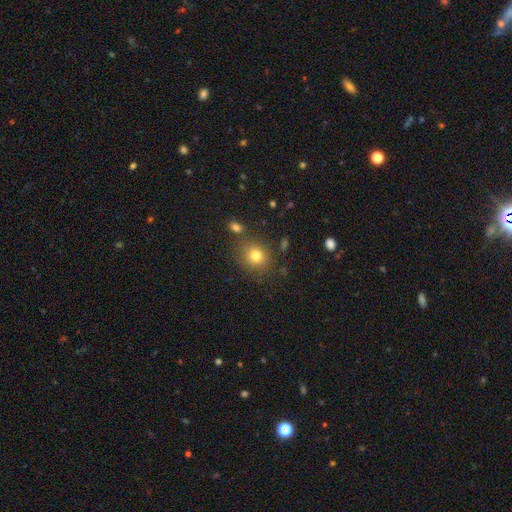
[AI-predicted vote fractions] Smooth or featured? smooth (79%)
How rounded? round (76%)
Merging? none (79%)